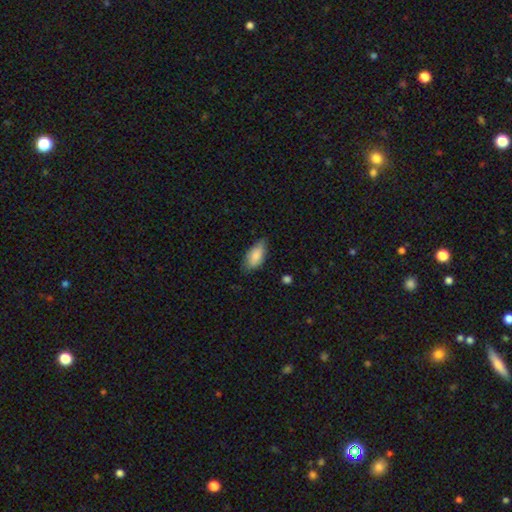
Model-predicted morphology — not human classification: Smooth or featured?
  - smooth: 83% *
  - featured or disk: 11%
  - star or artifact: 6%
How rounded?
  - in between: 89% *
  - cigar-shaped: 8%
  - round: 3%
Merging?
  - none: 67% *
  - minor disturbance: 27%
  - major disturbance: 4%
  - merger: 1%